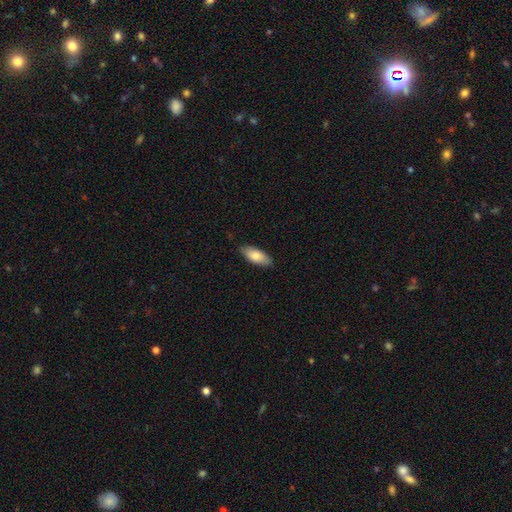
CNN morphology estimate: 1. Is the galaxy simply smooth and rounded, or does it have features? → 81% smooth, 14% featured or disk, 6% star or artifact.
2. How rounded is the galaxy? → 84% in between, 14% cigar-shaped, 2% round.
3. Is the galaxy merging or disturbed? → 84% none, 13% minor disturbance, 2% major disturbance, 1% merger.